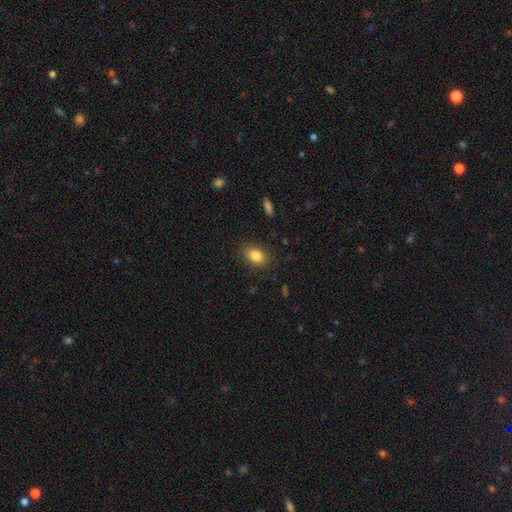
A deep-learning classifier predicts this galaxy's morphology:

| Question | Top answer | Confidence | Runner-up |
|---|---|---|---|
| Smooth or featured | smooth | 84% | star or artifact (9%) |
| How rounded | in between | 79% | round (19%) |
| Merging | none | 86% | minor disturbance (10%) |